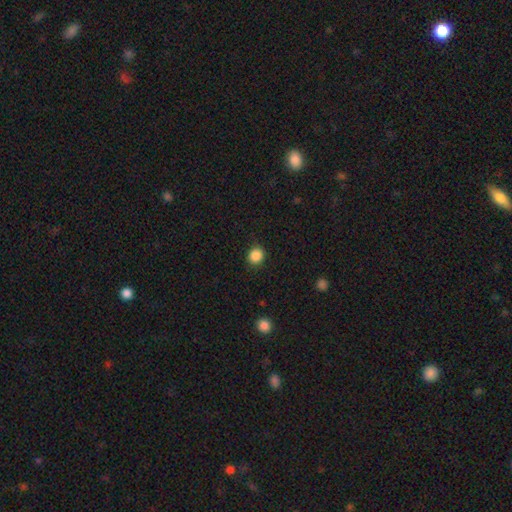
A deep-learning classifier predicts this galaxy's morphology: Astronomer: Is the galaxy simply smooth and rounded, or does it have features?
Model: smooth — 87%.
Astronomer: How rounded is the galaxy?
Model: round — 86%.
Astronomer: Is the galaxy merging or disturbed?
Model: none — 88%.